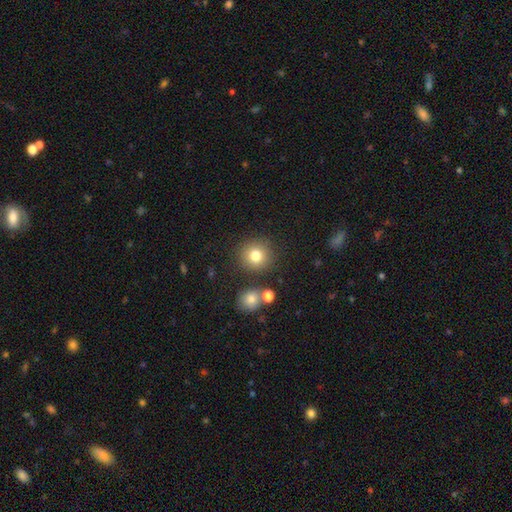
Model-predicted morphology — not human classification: smooth_or_featured: smooth (p=0.79) [alt: star or artifact p=0.12]
how_rounded: round (p=0.92) [alt: in between p=0.07]
merging: none (p=0.84) [alt: minor disturbance p=0.08]